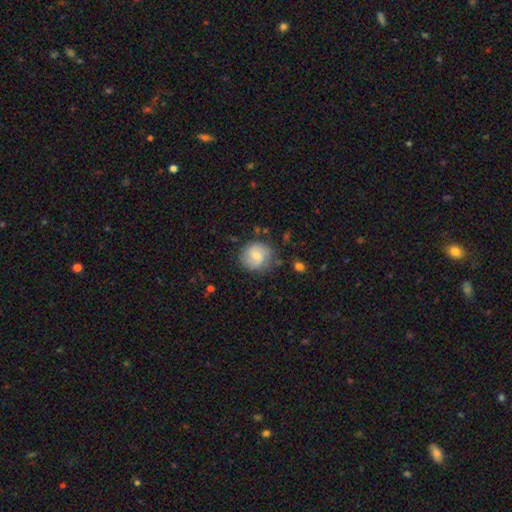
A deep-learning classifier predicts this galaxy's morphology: Overall: smooth (50%; featured or disk 43%). How rounded: round (85%). Merging: none (75%).